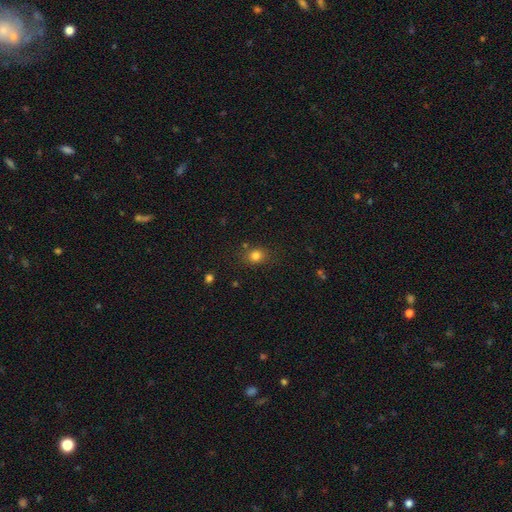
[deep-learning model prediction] Overall: smooth (80%). How rounded: round (64%; in between 35%). Merging: none (79%).